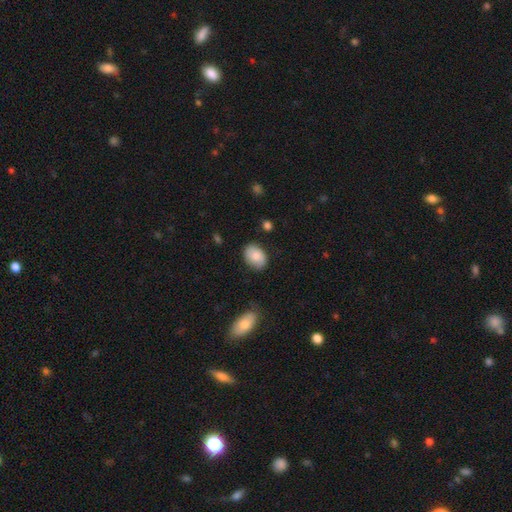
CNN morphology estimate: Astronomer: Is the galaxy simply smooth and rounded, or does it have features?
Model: smooth — 82%.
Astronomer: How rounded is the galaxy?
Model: in between — 81%.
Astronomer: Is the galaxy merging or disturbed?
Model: none — 79%.